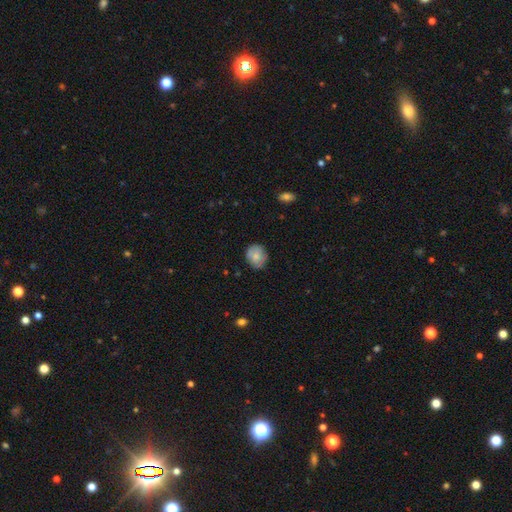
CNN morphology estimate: smooth 76%, featured or disk 16%, star or artifact 8%. Down the decision tree: how rounded — round (66%); merging — none (75%).